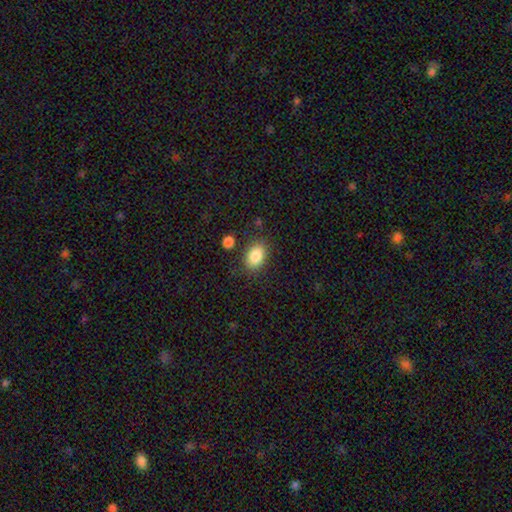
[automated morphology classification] smooth 86%, star or artifact 8%, featured or disk 6%. Down the decision tree: how rounded — in between (84%); merging — none (81%).